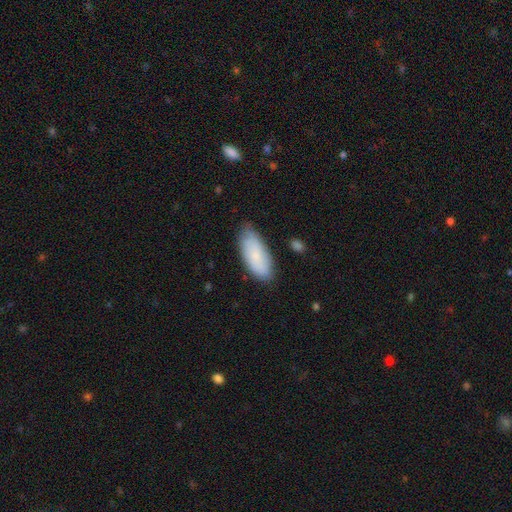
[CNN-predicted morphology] A smooth galaxy with no disk features (77%) that is in between round and cigar-shaped (86%). Merging: none (75%).